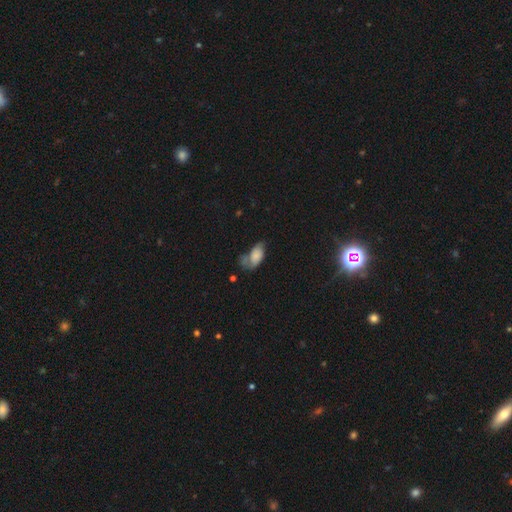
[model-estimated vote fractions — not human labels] A smooth galaxy with no disk features (69%) that is in between round and cigar-shaped (92%).

Vote fractions:
- Smooth or featured? smooth: 69% / featured or disk: 21% / star or artifact: 9%
- How rounded? in between: 92% / round: 5% / cigar-shaped: 3%
- Merging? minor disturbance: 28% (tied) / none: 28% (tied) / major disturbance: 26% / merger: 17%